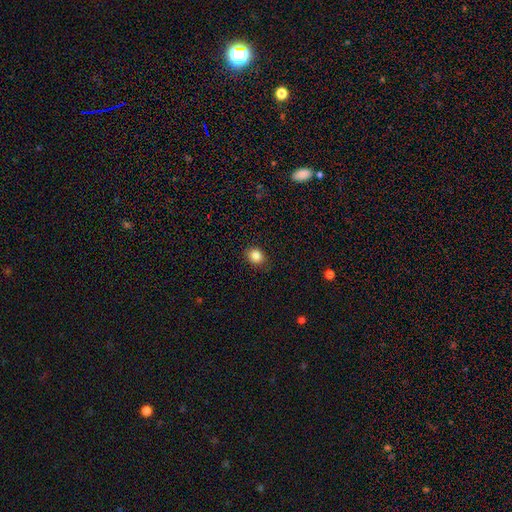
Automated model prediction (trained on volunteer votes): Smooth or featured? smooth (85%)
How rounded? round (67%)
Merging? none (86%)